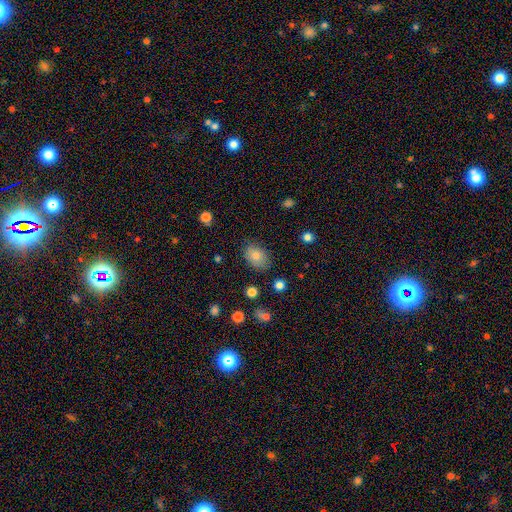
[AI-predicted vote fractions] A smooth galaxy with no disk features (79%) that is in between round and cigar-shaped (80%). Merging: none (82%).